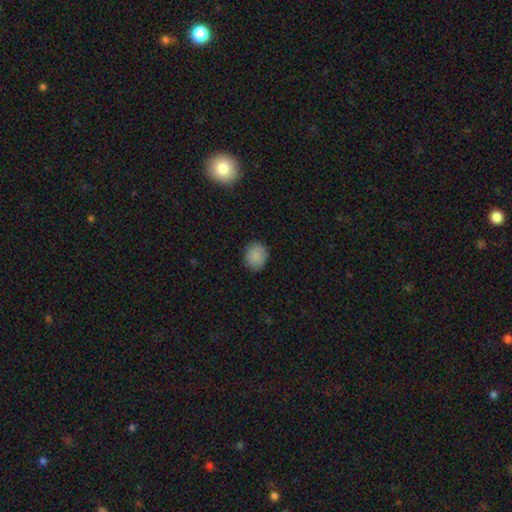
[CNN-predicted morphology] Smooth or featured?
  - smooth: 88% *
  - star or artifact: 9%
  - featured or disk: 4%
How rounded?
  - round: 72% *
  - in between: 27%
  - cigar-shaped: 1%
Merging?
  - none: 88% *
  - minor disturbance: 9%
  - major disturbance: 2%
  - merger: 1%